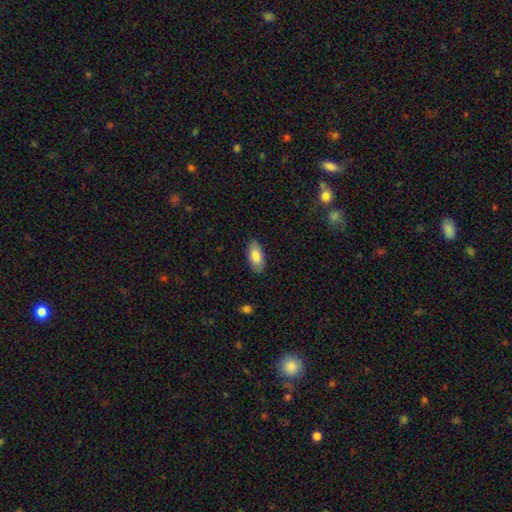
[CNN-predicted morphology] Overall: smooth (85%). How rounded: in between (89%). Merging: none (85%).